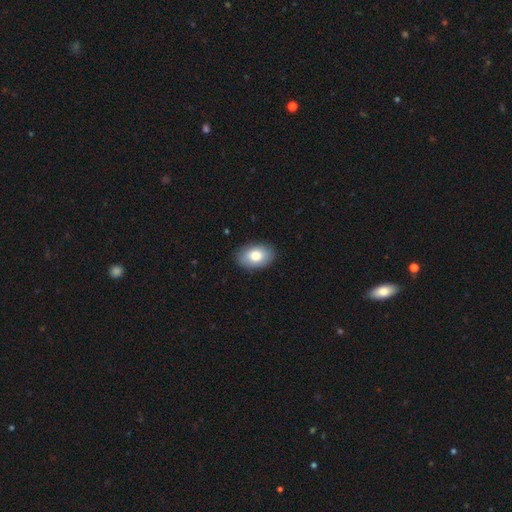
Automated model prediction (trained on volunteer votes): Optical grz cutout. It shows a smooth galaxy with no disk features (79%) that is in between round and cigar-shaped (88%). Merging: none (88%).